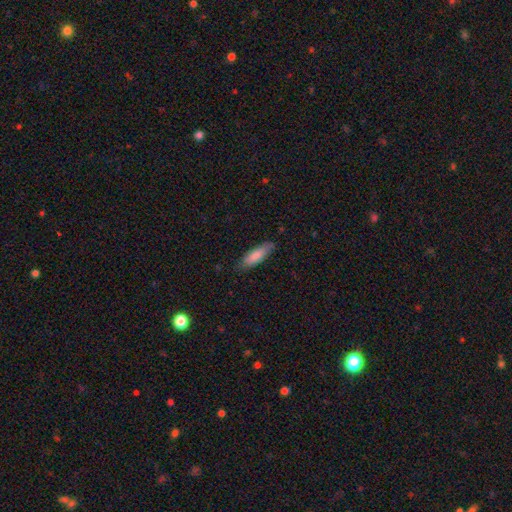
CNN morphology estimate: A smooth galaxy with no disk features (82%) that is in between round and cigar-shaped (50%).

Vote fractions:
- Smooth or featured? smooth: 82% / featured or disk: 13% / star or artifact: 6%
- How rounded? in between: 50% / cigar-shaped: 49% / round: 1%
- Merging? none: 80% / minor disturbance: 16% / major disturbance: 3% / merger: 1%